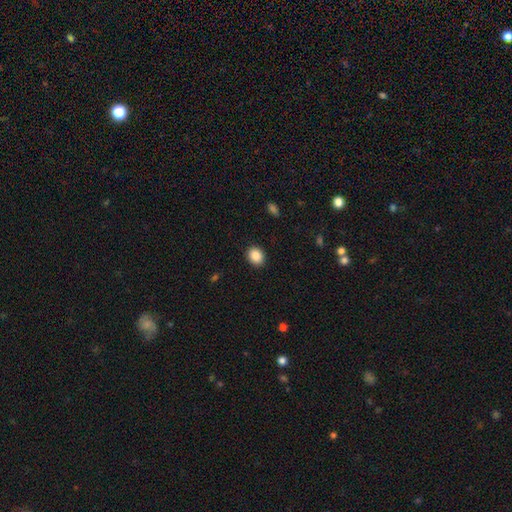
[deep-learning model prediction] Morphology: type=smooth (88%); roundness=round (56%); merging=none (90%).